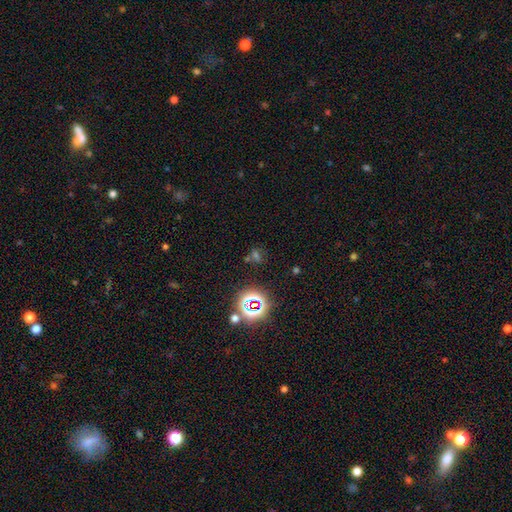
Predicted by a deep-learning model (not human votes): A star or artifact, not a galaxy (60%).

Vote fractions:
- Smooth or featured? star or artifact: 60% / smooth: 30% / featured or disk: 9%